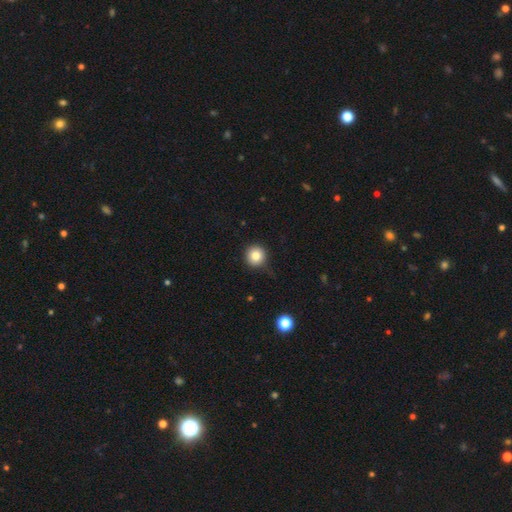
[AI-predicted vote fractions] Morphology: type=smooth (83%); roundness=round (94%); merging=none (82%).